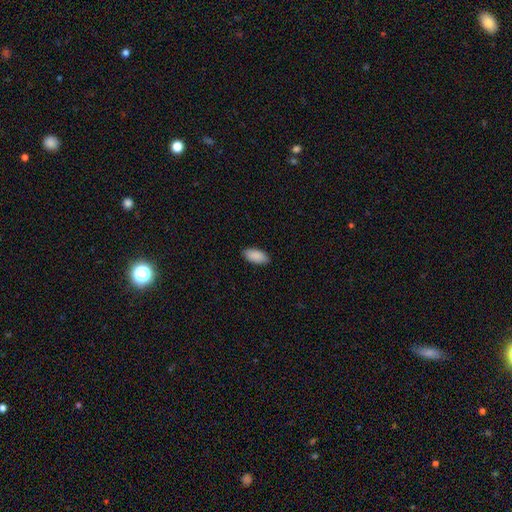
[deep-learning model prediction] A smooth galaxy with no disk features (91%) that is in between round and cigar-shaped (92%).

Vote fractions:
- Smooth or featured? smooth: 91% / star or artifact: 6% / featured or disk: 3%
- How rounded? in between: 92% / cigar-shaped: 6% / round: 2%
- Merging? none: 88% / minor disturbance: 9% / major disturbance: 2% / merger: 1%